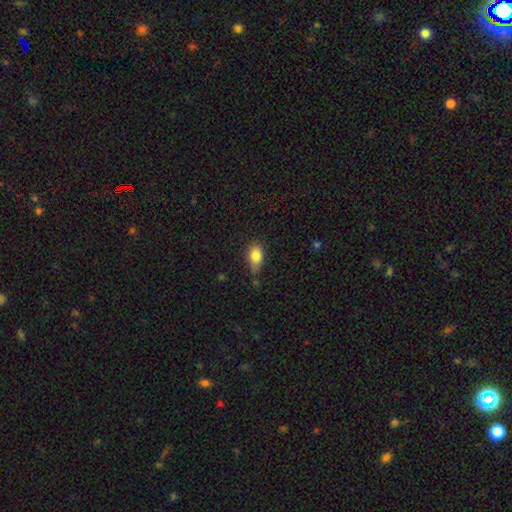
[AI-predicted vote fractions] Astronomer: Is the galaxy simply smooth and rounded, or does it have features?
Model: smooth — 83%.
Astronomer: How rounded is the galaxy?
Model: in between — 83%.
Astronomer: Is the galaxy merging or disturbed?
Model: none — 52% (runner-up: minor disturbance, 37%).